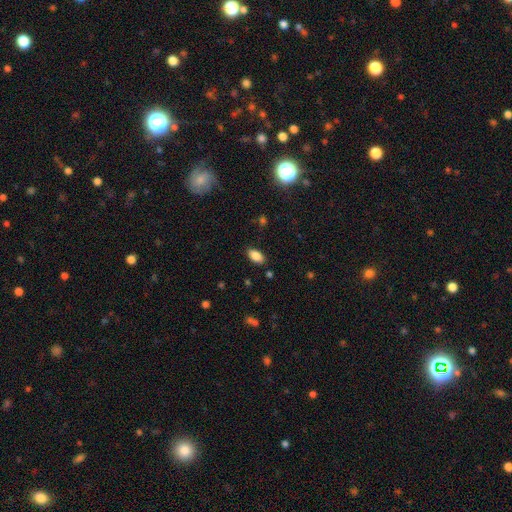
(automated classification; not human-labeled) smooth-or-featured: smooth: 86% | star or artifact: 8% | featured or disk: 6%
  how-rounded: in between: 92% | cigar-shaped: 4% | round: 4%
  merging: none: 86% | minor disturbance: 11% | major disturbance: 3% | merger: 1%